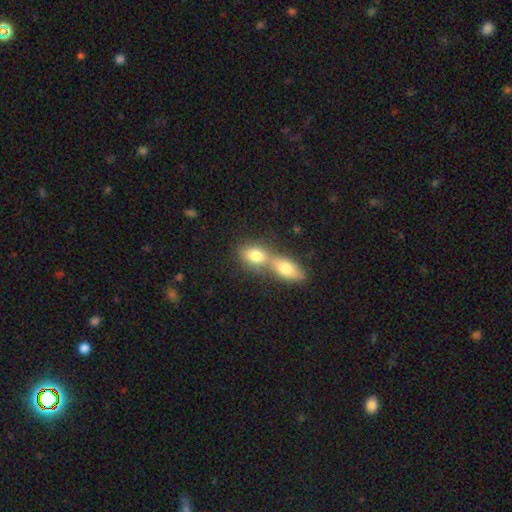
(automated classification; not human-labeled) smooth_or_featured: smooth (p=0.79) [alt: featured or disk p=0.13]
how_rounded: in between (p=0.76) [alt: round p=0.21]
merging: merger (p=0.64) [alt: none p=0.26]